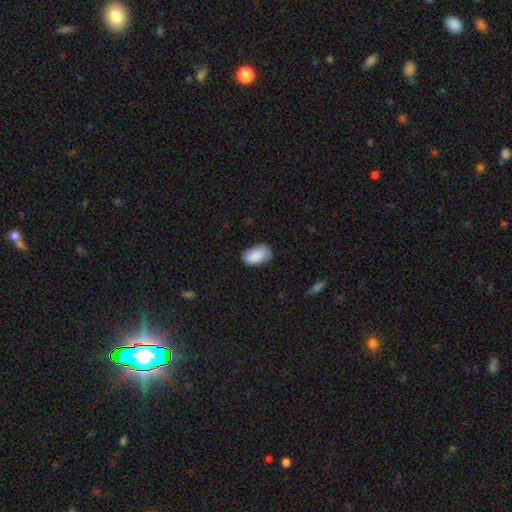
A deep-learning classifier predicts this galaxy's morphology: The model was most divided on "merging": none: 72%, minor disturbance: 23%, major disturbance: 4%, merger: 1%. More confident: how rounded — in between (93%); smooth or featured — smooth (88%).